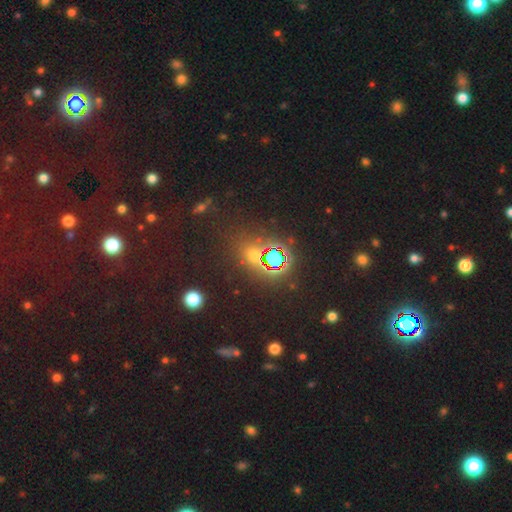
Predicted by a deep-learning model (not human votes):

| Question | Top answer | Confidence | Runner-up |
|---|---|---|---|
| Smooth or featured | star or artifact | 63% | smooth (28%) |